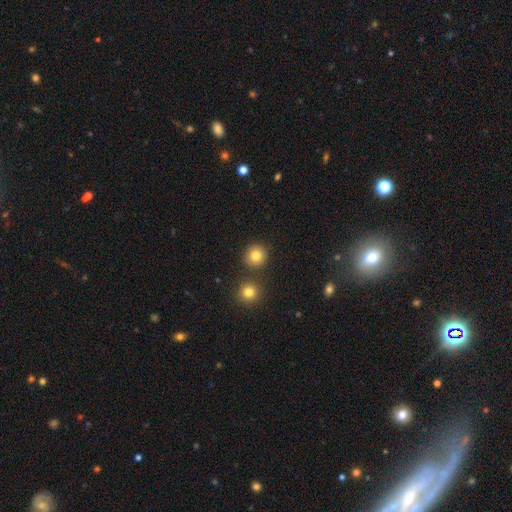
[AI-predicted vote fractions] Smooth or featured? smooth (82%)
How rounded? round (91%)
Merging? none (84%)